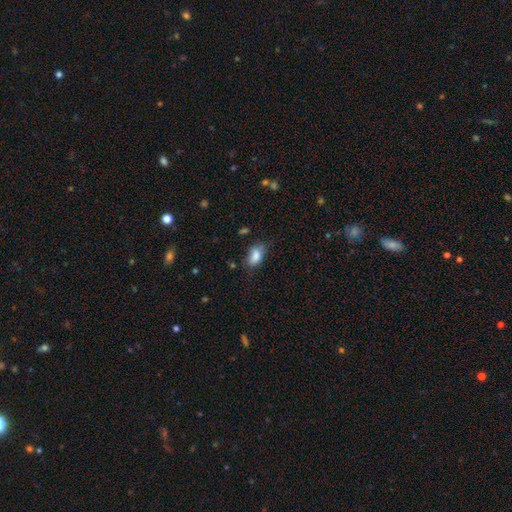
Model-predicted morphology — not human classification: smooth-or-featured: smooth: 83% | featured or disk: 9% | star or artifact: 8%
  how-rounded: in between: 89% | round: 8% | cigar-shaped: 3%
  merging: none: 65% | minor disturbance: 25% | major disturbance: 6% | merger: 3%